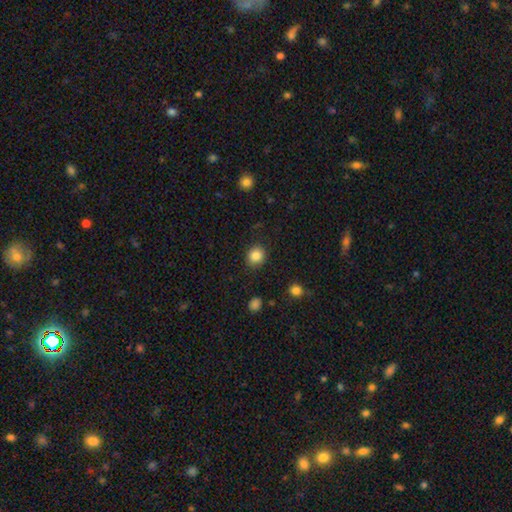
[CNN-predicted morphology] The model was most divided on "how rounded": round: 81%, in between: 18%, cigar-shaped: 1%. More confident: merging — none (87%); smooth or featured — smooth (86%).